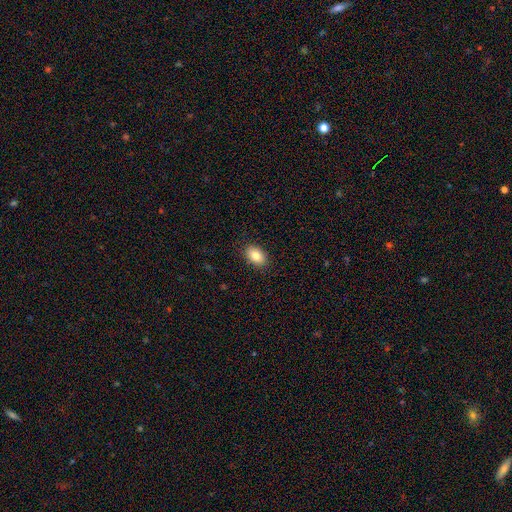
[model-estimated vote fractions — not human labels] smooth_or_featured: smooth (p=0.83) [alt: featured or disk p=0.09]
how_rounded: in between (p=0.86) [alt: round p=0.13]
merging: none (p=0.89) [alt: minor disturbance p=0.08]